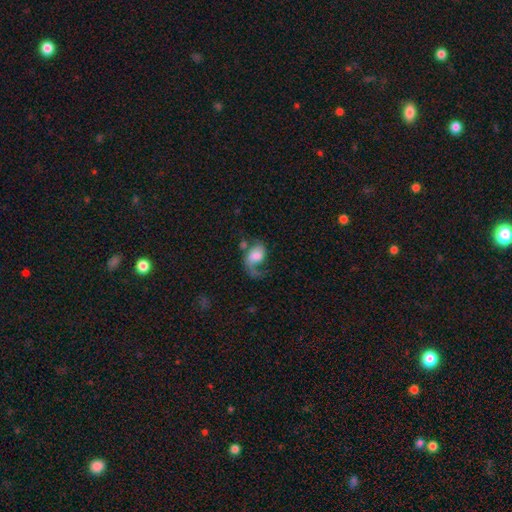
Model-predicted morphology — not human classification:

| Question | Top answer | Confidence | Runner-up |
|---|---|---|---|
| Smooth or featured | featured or disk | 53% | smooth (38%) |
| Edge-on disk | no | 97% | yes (3%) |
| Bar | no | 65% | weak (28%) |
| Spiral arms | yes | 84% | no (16%) |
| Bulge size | large | 36% | moderate (23%) |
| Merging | major disturbance | 42% | none (29%) |